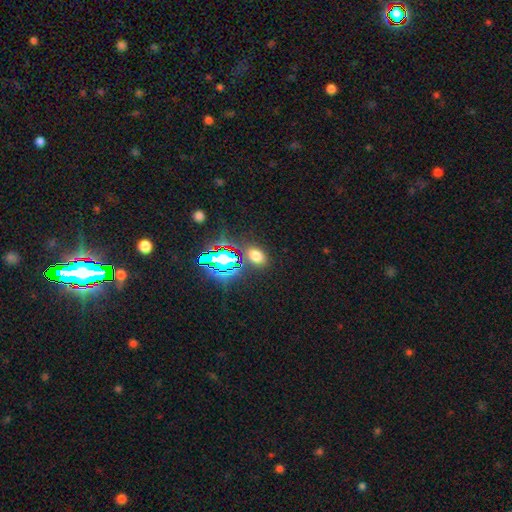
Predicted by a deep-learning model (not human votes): This is likely a smooth galaxy (60%). How rounded: likely in between (78%). Merging: clearly none (81%).